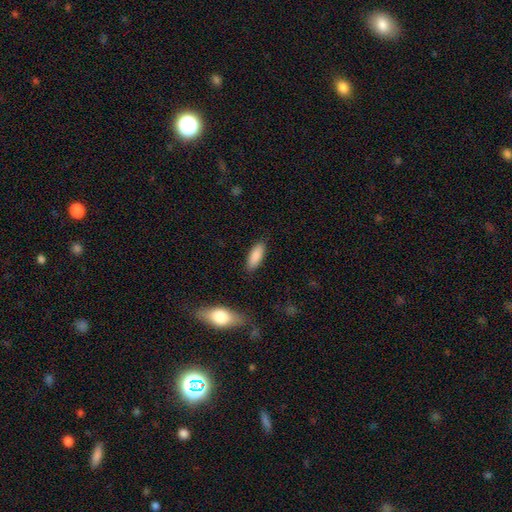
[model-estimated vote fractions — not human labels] This is clearly a smooth galaxy (87%). How rounded: likely in between (71%). Merging: clearly none (85%).